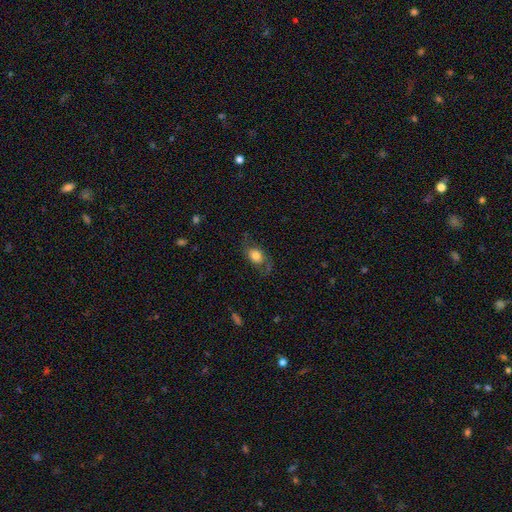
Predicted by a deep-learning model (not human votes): Overall: smooth (55%; featured or disk 36%). How rounded: in between (63%; round 35%). Merging: none (61%).